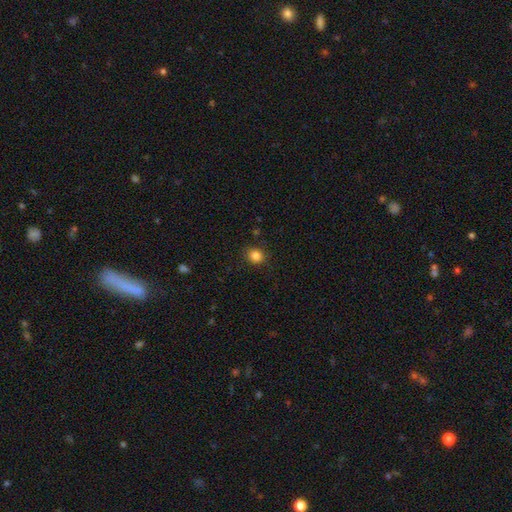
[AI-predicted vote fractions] The model was most divided on "how rounded": round: 80%, in between: 19%, cigar-shaped: 1%. More confident: merging — none (88%); smooth or featured — smooth (84%).